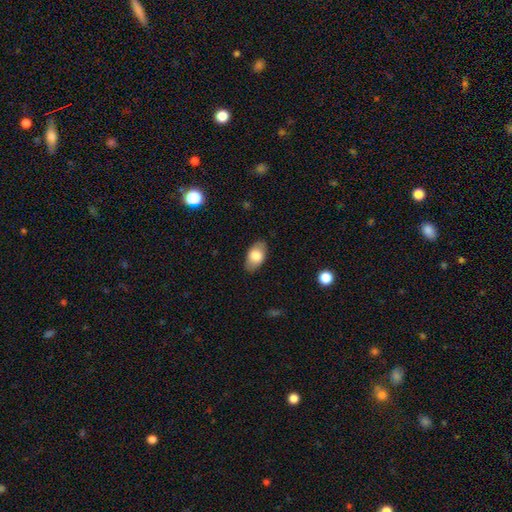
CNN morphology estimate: This is likely a smooth galaxy (77%). How rounded: clearly in between (93%). Merging: clearly none (84%).